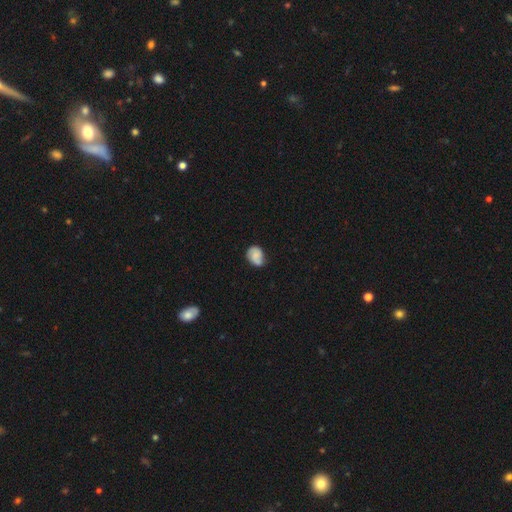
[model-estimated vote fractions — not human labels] Smooth or featured: smooth — 60% (featured or disk — 31%)
How rounded: in between — 59% (round — 40%)
Merging: none — 54% (minor disturbance — 33%)